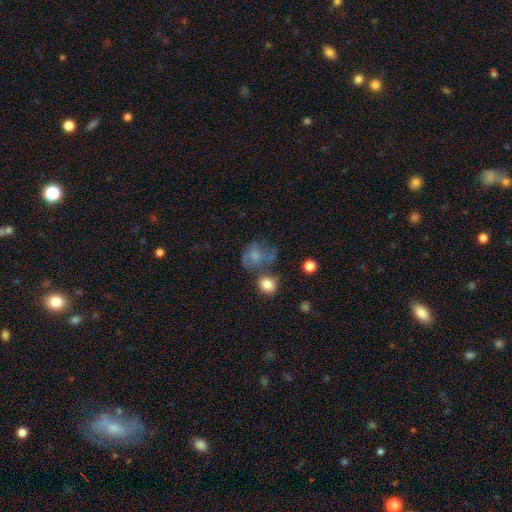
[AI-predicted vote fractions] Q: Smooth or featured?
A: smooth (57%); runner-up: featured or disk (31%)
Q: How rounded?
A: round (55%); runner-up: in between (44%)
Q: Merging?
A: none (37%); runner-up: major disturbance (24%)